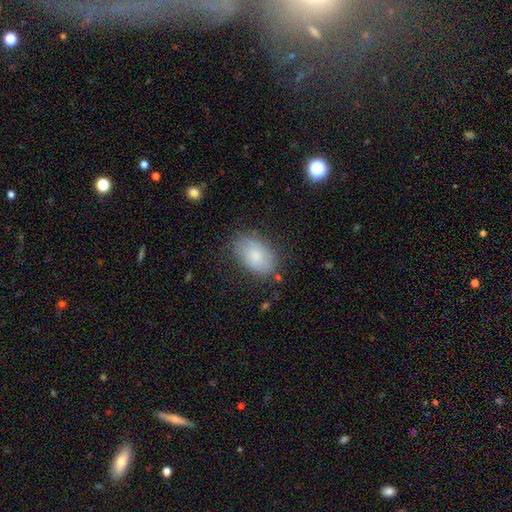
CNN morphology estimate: The model was most divided on "merging": none: 79%, minor disturbance: 16%, major disturbance: 4%, merger: 2%. More confident: how rounded — in between (90%); smooth or featured — smooth (79%).